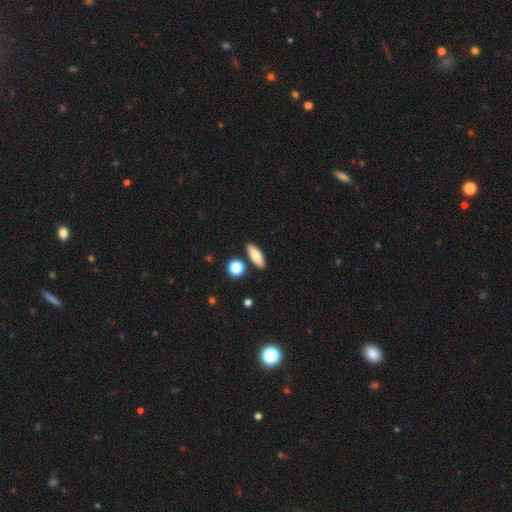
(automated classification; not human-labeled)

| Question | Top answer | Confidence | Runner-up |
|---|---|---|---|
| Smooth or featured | smooth | 76% | featured or disk (16%) |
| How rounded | in between | 67% | cigar-shaped (29%) |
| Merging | none | 84% | minor disturbance (9%) |